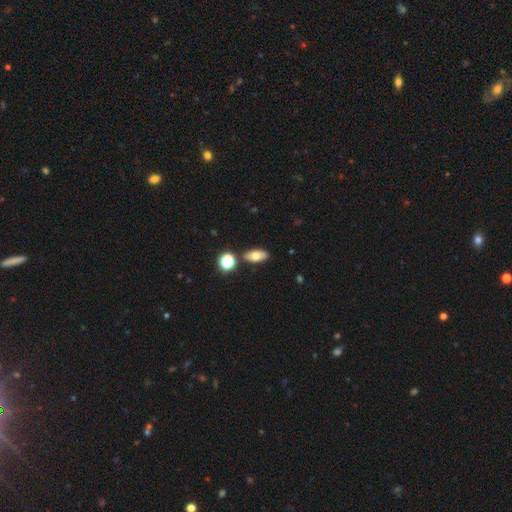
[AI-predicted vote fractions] This is likely a smooth galaxy (69%). How rounded: clearly in between (84%). Merging: clearly none (83%).